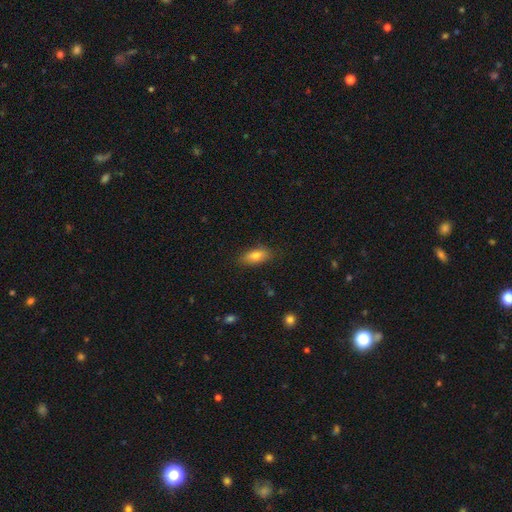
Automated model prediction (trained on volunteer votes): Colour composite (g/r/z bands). It shows a smooth galaxy with no disk features (79%) that is in between round and cigar-shaped (84%). Merging: none (82%).